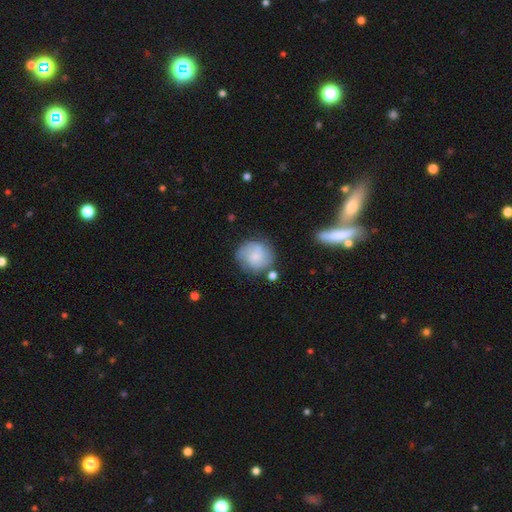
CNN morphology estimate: The model was most divided on "smooth or featured" (2-way tie): smooth: 46%, featured or disk: 46%, star or artifact: 8%. More confident: merging — none (67%).